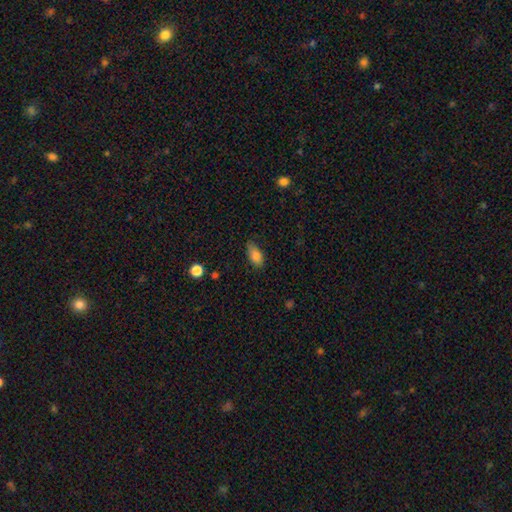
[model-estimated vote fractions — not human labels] Q: Smooth or featured?
A: smooth (85%); runner-up: star or artifact (9%)
Q: How rounded?
A: in between (86%); runner-up: cigar-shaped (10%)
Q: Merging?
A: none (75%); runner-up: minor disturbance (20%)